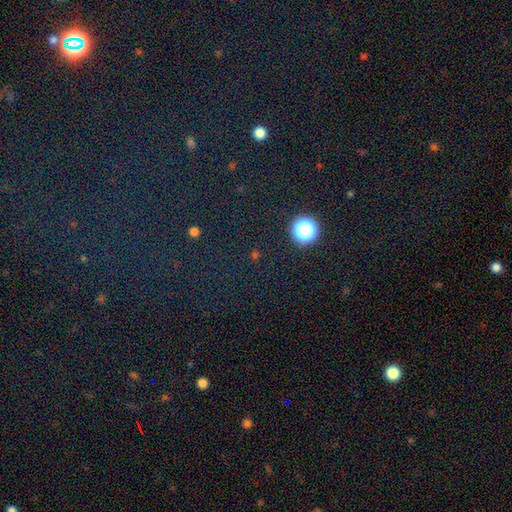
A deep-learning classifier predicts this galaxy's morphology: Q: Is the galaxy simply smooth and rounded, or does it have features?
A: star or artifact — 77%.